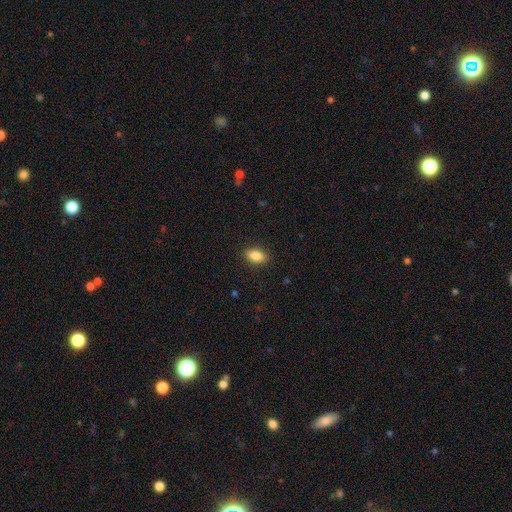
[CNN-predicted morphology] smooth-or-featured: smooth: 87% | star or artifact: 8% | featured or disk: 5%
  how-rounded: in between: 89% | round: 7% | cigar-shaped: 4%
  merging: none: 89% | minor disturbance: 8% | major disturbance: 2% | merger: 1%